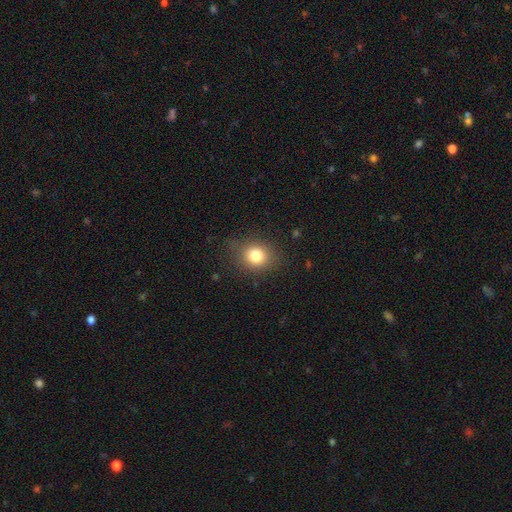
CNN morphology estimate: Smooth or featured?
  - smooth: 81% *
  - star or artifact: 12%
  - featured or disk: 8%
How rounded?
  - round: 69% *
  - in between: 30%
  - cigar-shaped: 1%
Merging?
  - none: 82% *
  - minor disturbance: 12%
  - major disturbance: 4%
  - merger: 1%